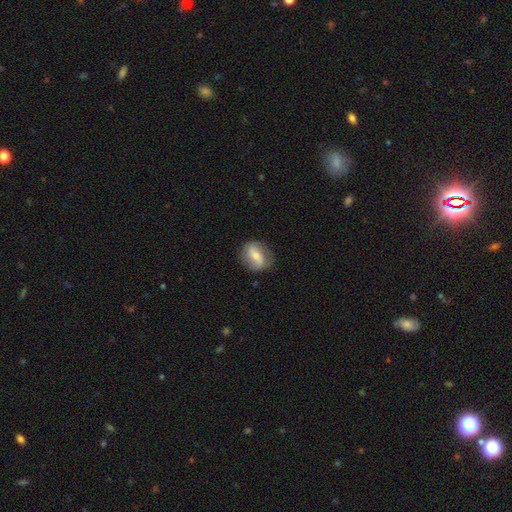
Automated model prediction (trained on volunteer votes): Smooth or featured?
  - smooth: 48% *
  - featured or disk: 45%
  - star or artifact: 7%
Merging?
  - none: 77% *
  - minor disturbance: 17%
  - major disturbance: 5%
  - merger: 1%